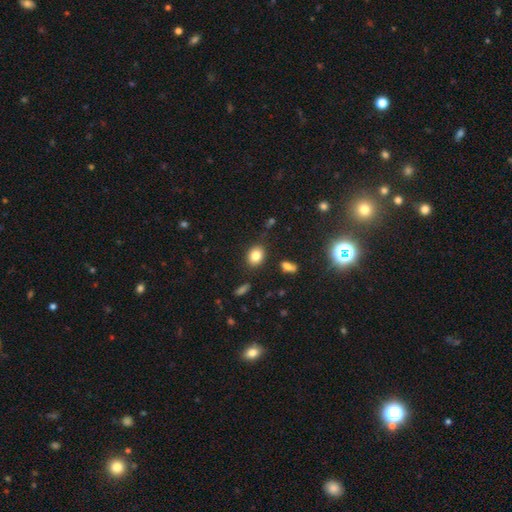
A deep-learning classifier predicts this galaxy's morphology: Smooth or featured: smooth — 82% (star or artifact — 10%)
How rounded: in between — 51% (round — 48%)
Merging: none — 84% (minor disturbance — 10%)